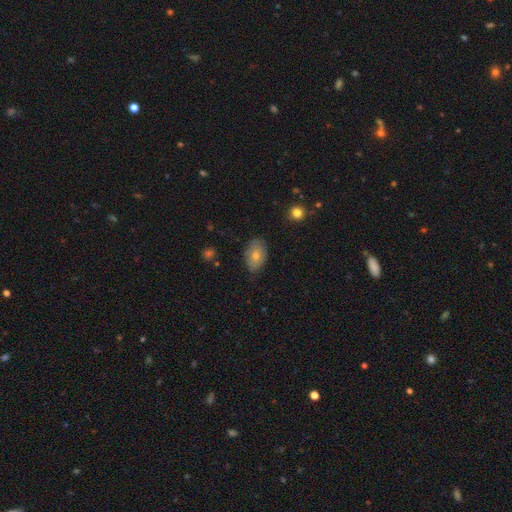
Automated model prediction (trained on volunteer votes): This is likely a smooth galaxy (72%). How rounded: clearly in between (88%). Merging: likely none (74%).